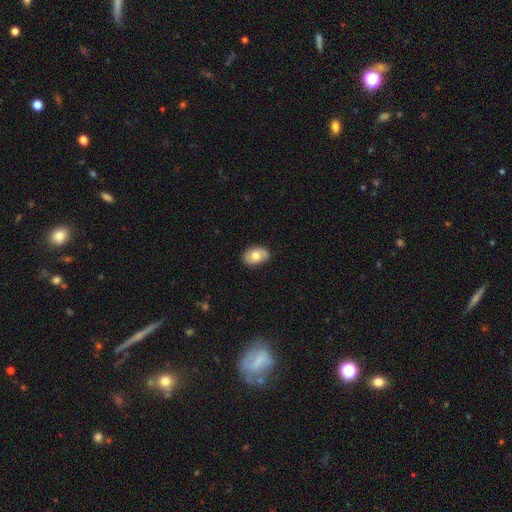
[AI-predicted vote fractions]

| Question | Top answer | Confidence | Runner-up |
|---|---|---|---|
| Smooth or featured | smooth | 60% | featured or disk (34%) |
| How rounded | in between | 84% | round (15%) |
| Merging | none | 82% | minor disturbance (14%) |